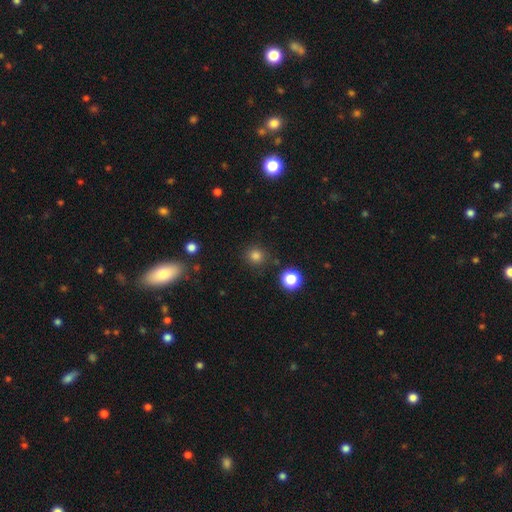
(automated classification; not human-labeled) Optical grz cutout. It shows a smooth galaxy with no disk features (80%) that is round (92%). Merging: none (87%).